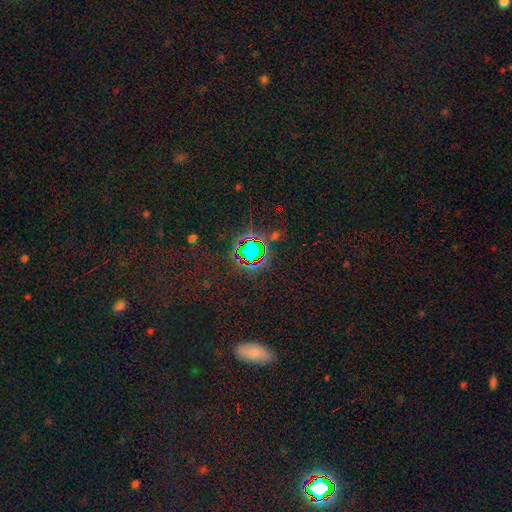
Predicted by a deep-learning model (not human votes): This appears to be a star or artifact, not a galaxy (75%).